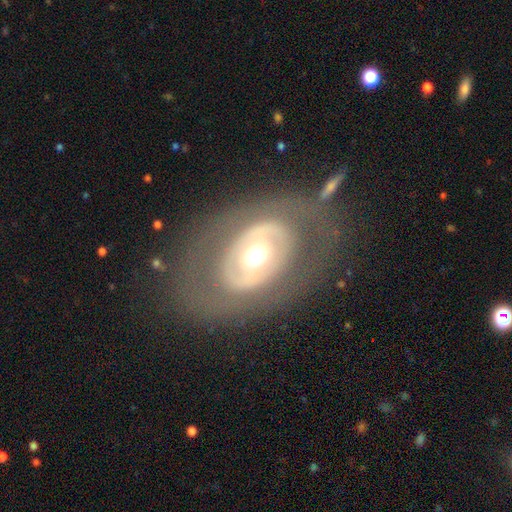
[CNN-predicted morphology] Smooth or featured? featured or disk (67%)
Edge-on disk? no (93%)
Bar? no (74%)
Spiral arms? no (80%)
Bulge size? moderate (65%)
Merging? none (74%)